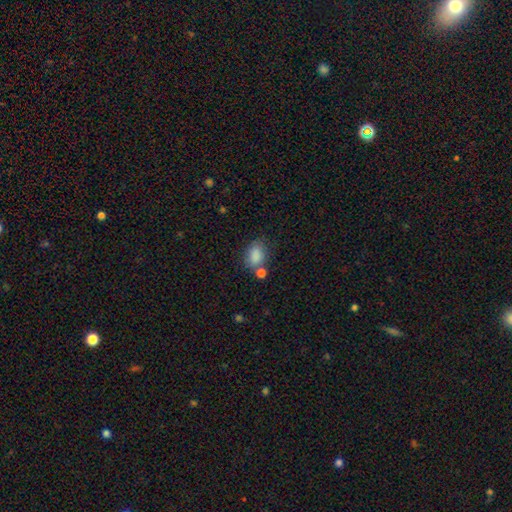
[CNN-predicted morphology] Smooth or featured: smooth — 85% (star or artifact — 9%)
How rounded: in between — 77% (round — 21%)
Merging: none — 58% (merger — 18%)